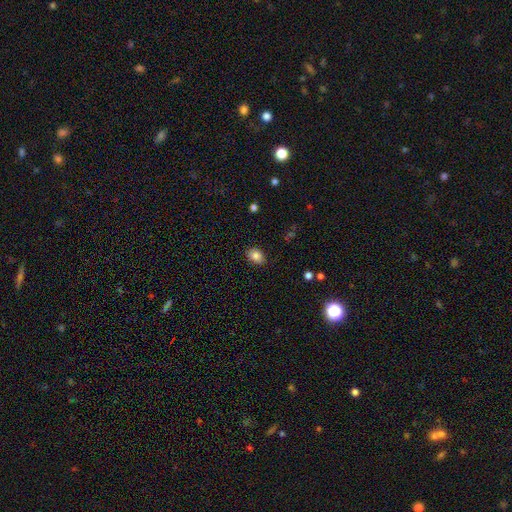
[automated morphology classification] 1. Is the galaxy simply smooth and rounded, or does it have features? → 84% smooth, 9% star or artifact, 7% featured or disk.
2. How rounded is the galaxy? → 69% in between, 30% round, 1% cigar-shaped.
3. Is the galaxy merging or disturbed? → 87% none, 10% minor disturbance, 2% major disturbance, 1% merger.